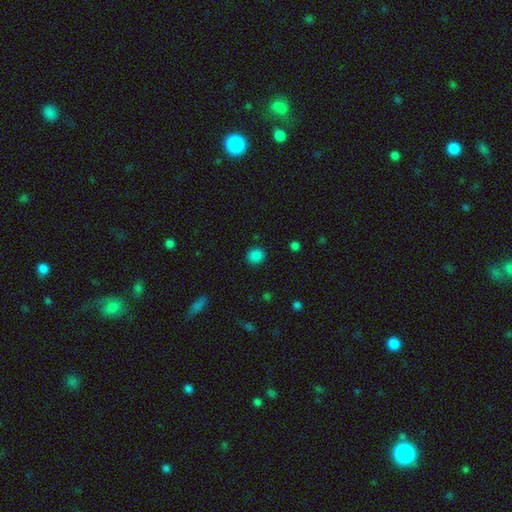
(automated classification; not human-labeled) smooth_or_featured: smooth (p=0.85) [alt: star or artifact p=0.12]
how_rounded: round (p=0.84) [alt: in between p=0.15]
merging: none (p=0.89) [alt: minor disturbance p=0.07]